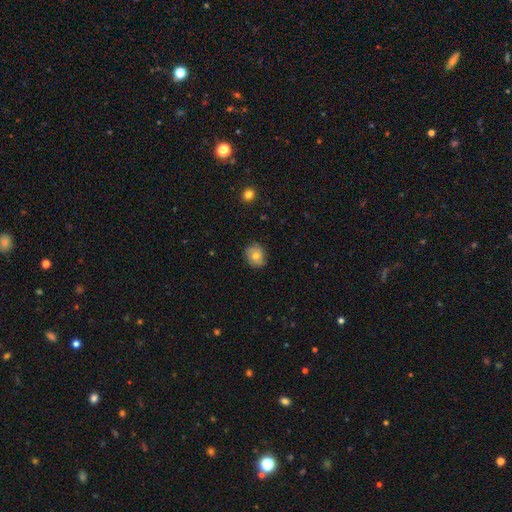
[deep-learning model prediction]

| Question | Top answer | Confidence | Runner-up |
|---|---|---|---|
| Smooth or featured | smooth | 68% | featured or disk (23%) |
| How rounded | round | 71% | in between (28%) |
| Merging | none | 81% | minor disturbance (15%) |